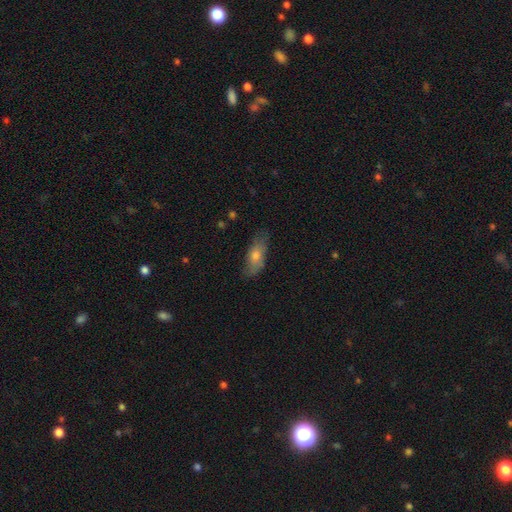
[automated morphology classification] Overall: smooth (60%; featured or disk 32%). How rounded: in between (77%). Merging: none (73%).